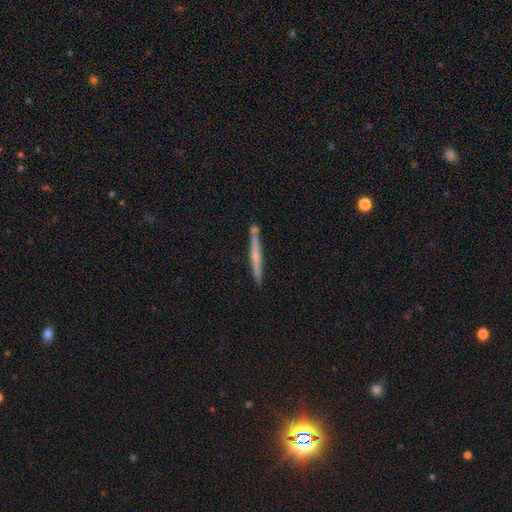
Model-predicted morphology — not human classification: featured or disk 51%, smooth 43%, star or artifact 6%. Down the decision tree: edge-on disk — yes (97%); merging — none (80%).